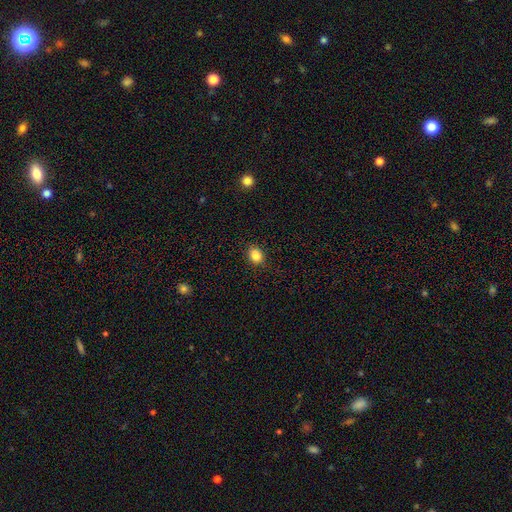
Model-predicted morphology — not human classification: A smooth galaxy with no disk features (84%) that is in between round and cigar-shaped (53%). Merging: none (89%).